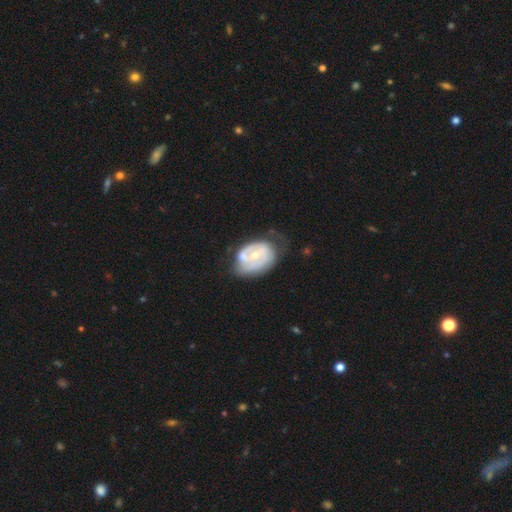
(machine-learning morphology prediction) featured or disk 70%, smooth 25%, star or artifact 5%. Down the decision tree: edge-on disk — no (97%); bar — no (69%); spiral arms — yes (64%); bulge size — moderate (53%); merging — none (38%).